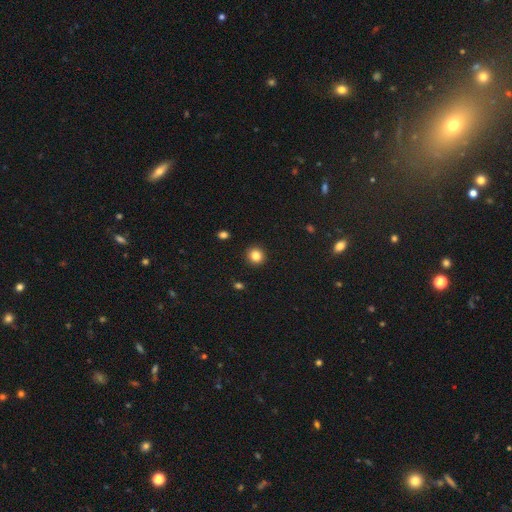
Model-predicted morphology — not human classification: Overall: smooth (84%). How rounded: round (91%). Merging: none (92%).